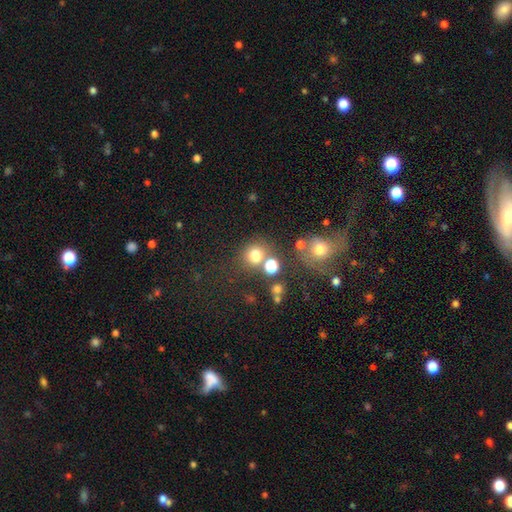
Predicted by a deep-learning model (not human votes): smooth-or-featured: smooth: 74% | star or artifact: 18% | featured or disk: 9%
  how-rounded: round: 85% | in between: 14% | cigar-shaped: 1%
  merging: none: 66% | merger: 17% | minor disturbance: 11% | major disturbance: 6%